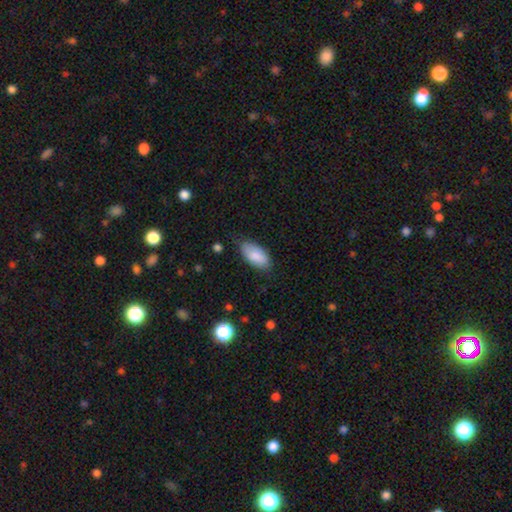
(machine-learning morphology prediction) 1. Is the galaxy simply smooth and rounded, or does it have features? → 87% smooth, 7% featured or disk, 6% star or artifact.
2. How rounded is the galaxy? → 93% in between, 5% cigar-shaped, 2% round.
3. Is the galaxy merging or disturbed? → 73% none, 21% minor disturbance, 4% major disturbance, 1% merger.